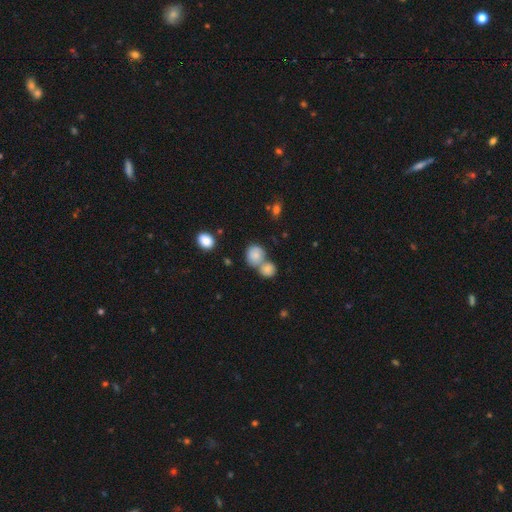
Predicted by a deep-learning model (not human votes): Smooth or featured? smooth (75%)
How rounded? round (73%)
Merging? merger (53%)